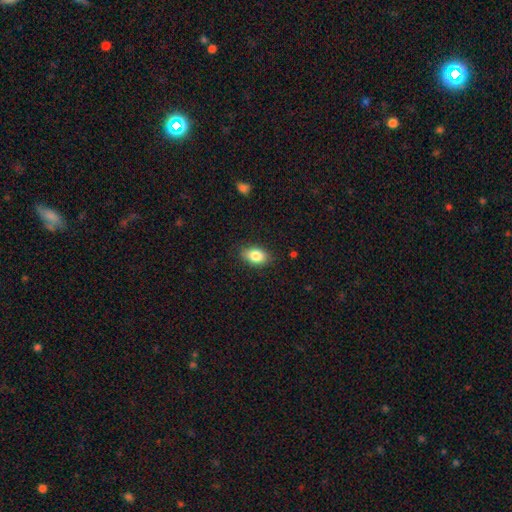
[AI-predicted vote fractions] Smooth or featured: smooth — 84% (featured or disk — 8%)
How rounded: in between — 87% (round — 11%)
Merging: none — 85% (minor disturbance — 12%)